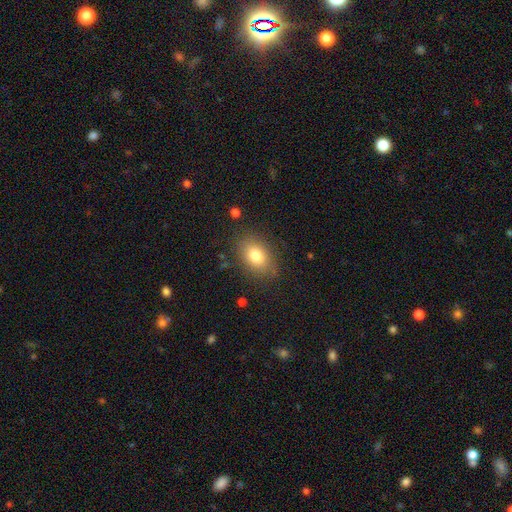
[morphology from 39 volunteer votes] This appears to be a smooth galaxy with no disk features (82%) that is in between round and cigar-shaped (84%). Merging: none (97%).